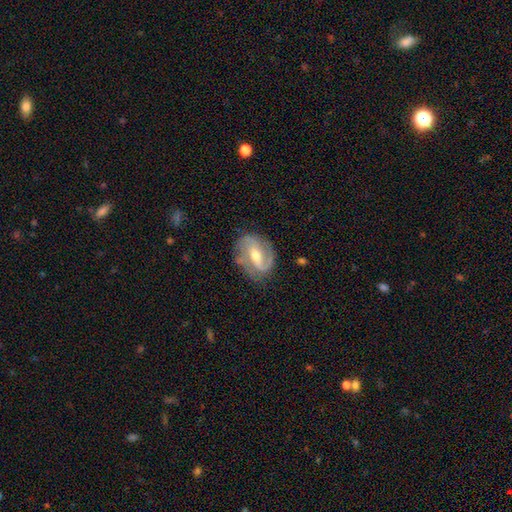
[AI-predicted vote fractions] A featured or disk galaxy (83%) with a weak bar (45%), 2 (75%) medium (45%) spiral arms (94%) and a moderate central bulge (61%).

Vote fractions:
- Smooth or featured? featured or disk: 83% / smooth: 11% / star or artifact: 6%
- Edge-on disk? no: 97% / yes: 3%
- Bar? weak: 45% / strong: 31% / no: 24%
- Spiral arms? yes: 94% / no: 6%
- Spiral winding? medium: 45% / loose: 30% / tight: 25%
- Spiral arm count? 2: 75% / 1: 12% / can't tell: 7% / 3: 3% / 4: 1% / more than 4: 1%
- Bulge size? moderate: 61% / small: 34% / large: 3% / none: 1% / dominant: 1%
- Merging? none: 70% / minor disturbance: 20% / major disturbance: 8% / merger: 2%